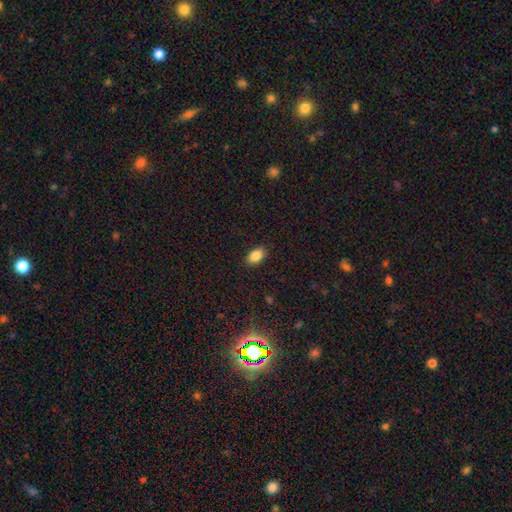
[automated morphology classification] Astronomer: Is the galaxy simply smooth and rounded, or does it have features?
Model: smooth — 87%.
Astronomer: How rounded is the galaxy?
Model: in between — 89%.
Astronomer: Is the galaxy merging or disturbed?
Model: none — 88%.